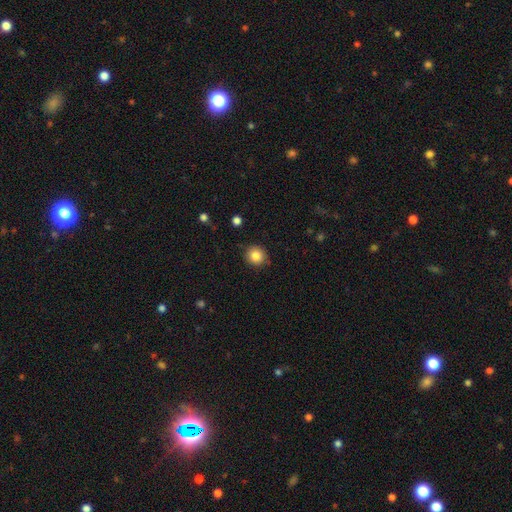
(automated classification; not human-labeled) A smooth galaxy with no disk features (84%) that is round (91%). Merging: none (88%).